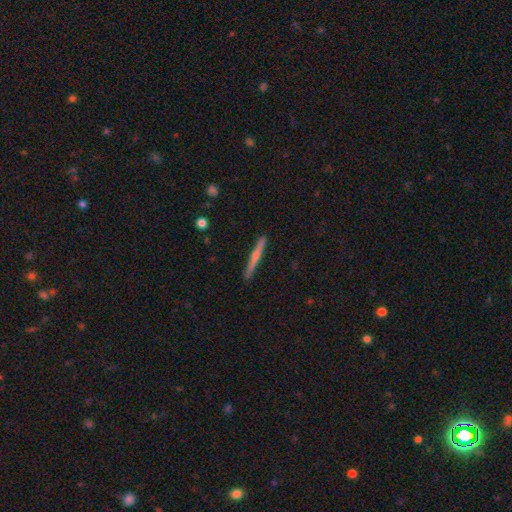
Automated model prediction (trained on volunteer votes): Smooth or featured? featured or disk (50%)
Edge-on disk? yes (97%)
Merging? none (89%)